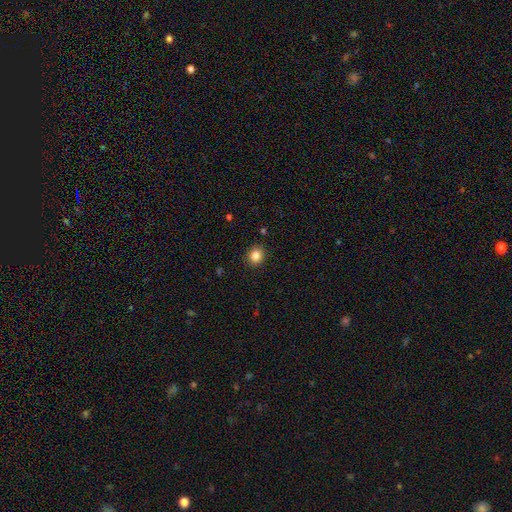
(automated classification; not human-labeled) Smooth or featured? smooth (84%)
How rounded? round (82%)
Merging? none (90%)